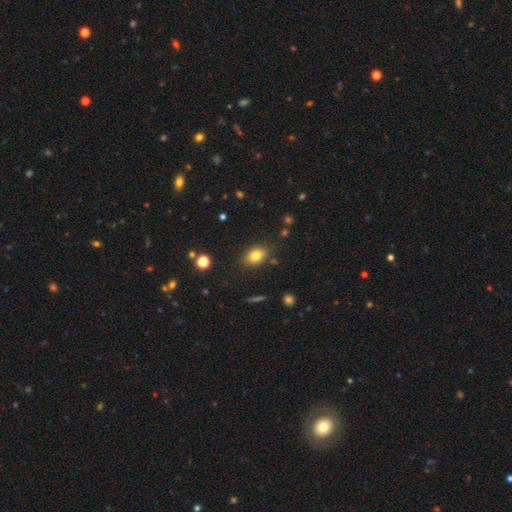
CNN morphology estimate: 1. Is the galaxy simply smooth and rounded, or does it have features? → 79% smooth, 11% star or artifact, 10% featured or disk.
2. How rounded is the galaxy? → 77% in between, 21% round, 2% cigar-shaped.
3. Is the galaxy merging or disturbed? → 83% none, 11% minor disturbance, 3% major disturbance, 3% merger.